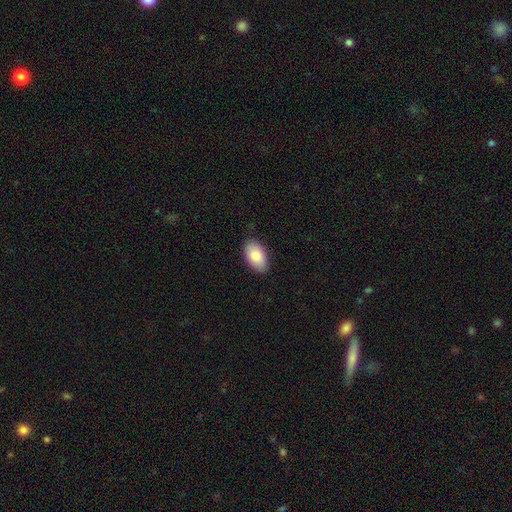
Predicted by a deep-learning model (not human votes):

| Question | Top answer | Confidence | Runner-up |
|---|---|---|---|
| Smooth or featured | smooth | 85% | featured or disk (9%) |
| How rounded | in between | 95% | round (3%) |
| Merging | none | 86% | minor disturbance (11%) |